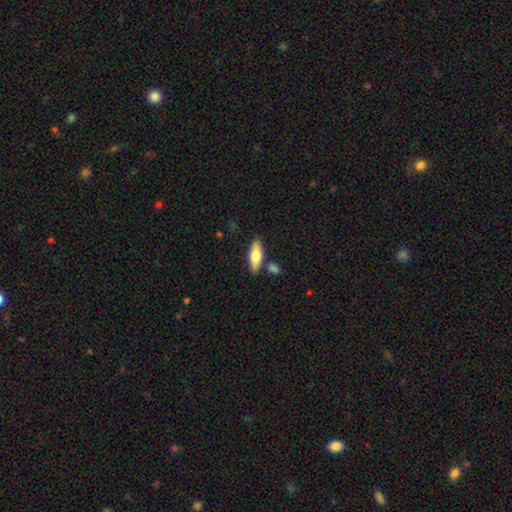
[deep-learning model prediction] smooth 65%, featured or disk 29%, star or artifact 6%. Down the decision tree: how rounded — in between (64%); merging — none (78%).